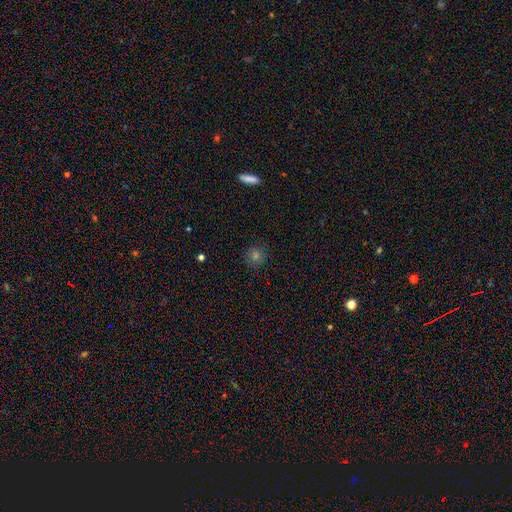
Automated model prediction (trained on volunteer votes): Morphology: type=smooth (63%); roundness=round (89%); merging=none (86%).